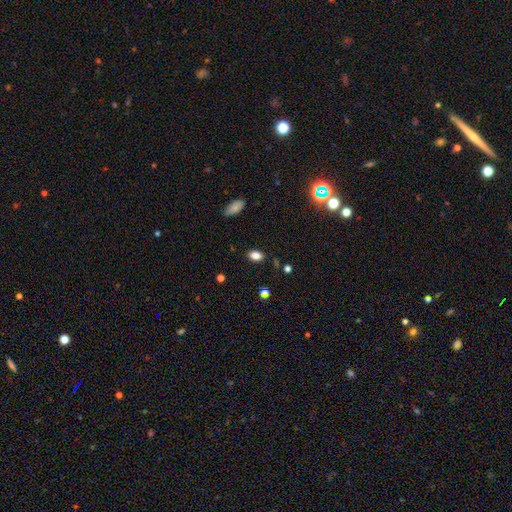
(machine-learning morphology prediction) Overall: smooth (82%). How rounded: in between (85%). Merging: none (85%).